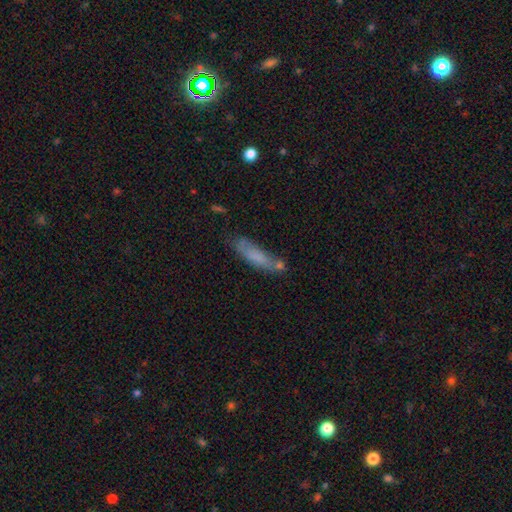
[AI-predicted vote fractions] Morphology: type=smooth (70%); roundness=cigar-shaped (71%); merging=none (54%).